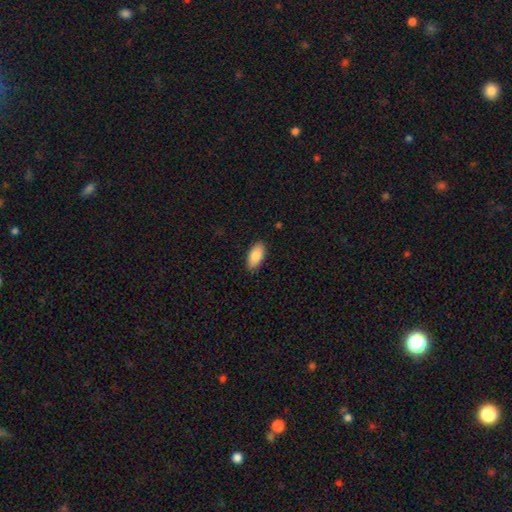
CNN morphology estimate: Smooth or featured?
  - smooth: 89% *
  - star or artifact: 6%
  - featured or disk: 6%
How rounded?
  - in between: 93% *
  - cigar-shaped: 5%
  - round: 2%
Merging?
  - none: 88% *
  - minor disturbance: 9%
  - major disturbance: 2%
  - merger: 1%